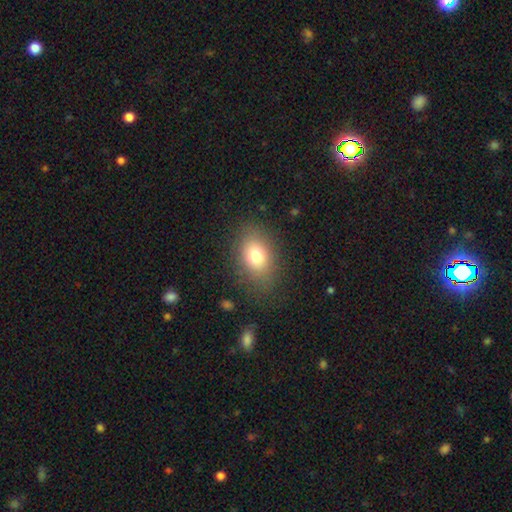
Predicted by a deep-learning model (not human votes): This appears to be a smooth galaxy with no disk features (77%) that is in between round and cigar-shaped (73%). Merging: none (80%).